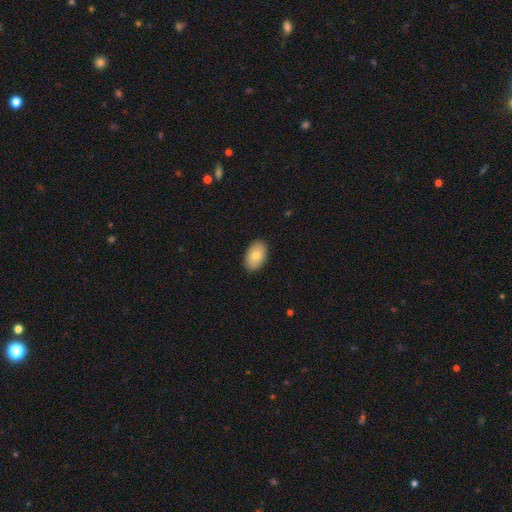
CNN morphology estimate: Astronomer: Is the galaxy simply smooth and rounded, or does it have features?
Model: smooth — 79%.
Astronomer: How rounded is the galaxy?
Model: in between — 92%.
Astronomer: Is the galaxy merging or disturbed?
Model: none — 90%.